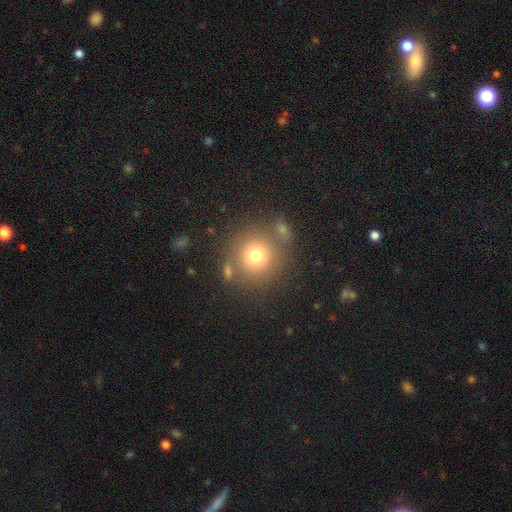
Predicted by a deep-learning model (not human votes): Smooth or featured?
  - smooth: 73% *
  - star or artifact: 14%
  - featured or disk: 13%
How rounded?
  - round: 93% *
  - in between: 6%
  - cigar-shaped: 1%
Merging?
  - none: 73% *
  - merger: 11%
  - minor disturbance: 11%
  - major disturbance: 5%